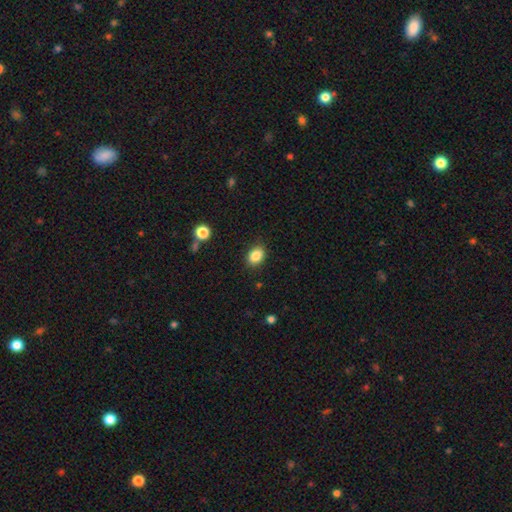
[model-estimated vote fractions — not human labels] Morphology: type=smooth (87%); roundness=in between (68%); merging=none (86%).